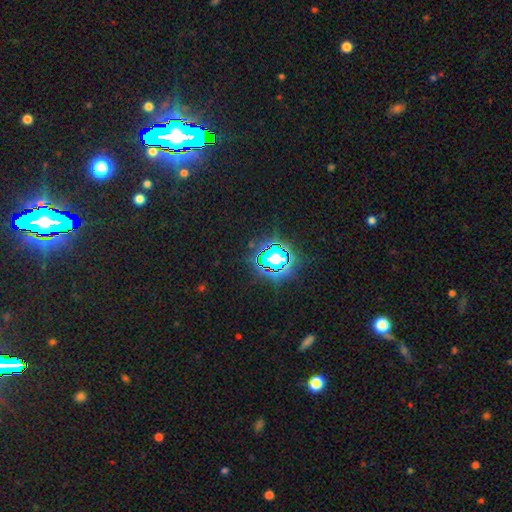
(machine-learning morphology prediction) A star or artifact, not a galaxy (83%).